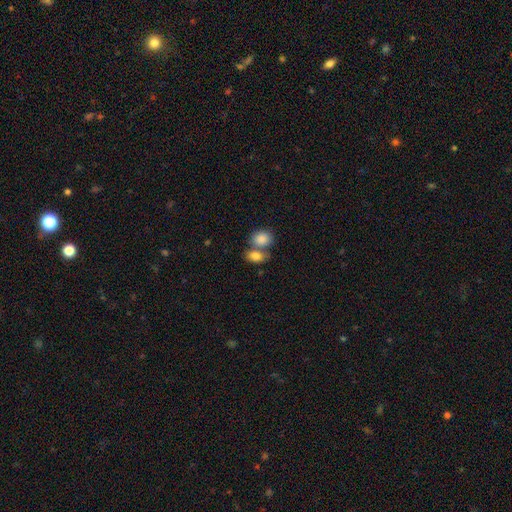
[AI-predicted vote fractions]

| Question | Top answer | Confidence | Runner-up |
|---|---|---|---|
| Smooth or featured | smooth | 83% | featured or disk (9%) |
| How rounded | in between | 73% | round (25%) |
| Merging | merger | 50% | none (37%) |